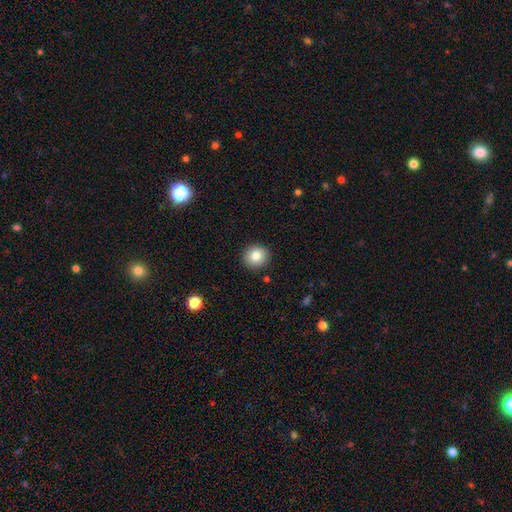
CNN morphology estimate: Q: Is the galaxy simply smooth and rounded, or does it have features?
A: smooth — 83%.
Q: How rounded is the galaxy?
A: round — 92%.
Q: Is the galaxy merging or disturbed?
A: none — 92%.